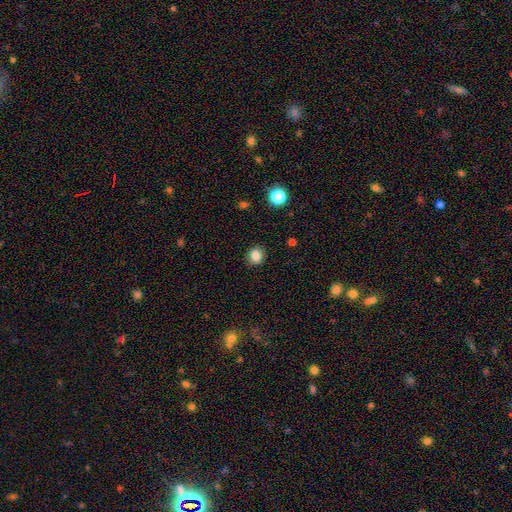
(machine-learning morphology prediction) Overall: smooth (83%). How rounded: round (75%). Merging: none (89%).